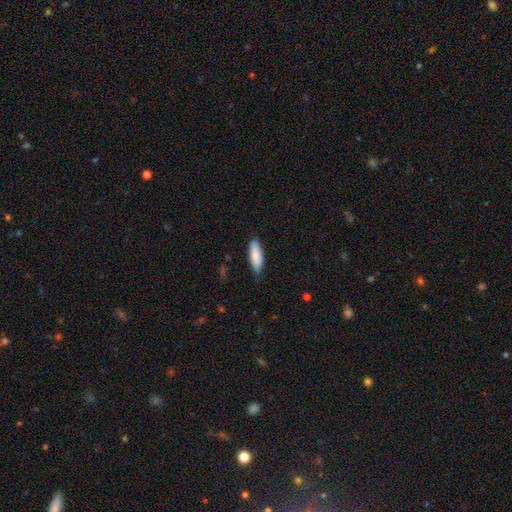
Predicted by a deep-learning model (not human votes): This appears to be a smooth galaxy with no disk features (86%) that is in between round and cigar-shaped (66%). Merging: none (77%).